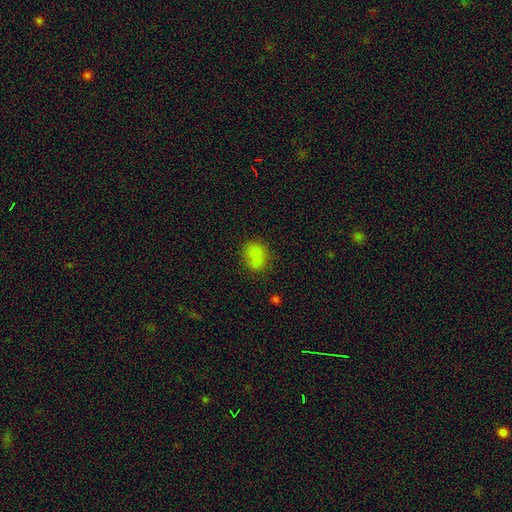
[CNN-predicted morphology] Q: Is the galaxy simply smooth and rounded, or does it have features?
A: smooth — 80%.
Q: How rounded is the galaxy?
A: in between — 55%.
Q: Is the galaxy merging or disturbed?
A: none — 72%.